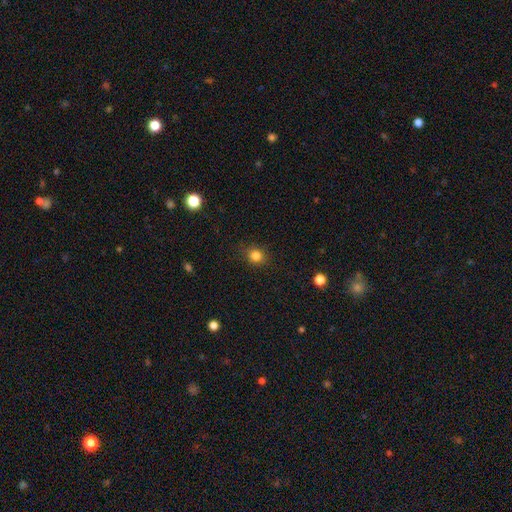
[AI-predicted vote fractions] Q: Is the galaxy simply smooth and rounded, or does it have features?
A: smooth — 83%.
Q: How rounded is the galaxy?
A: round — 77%.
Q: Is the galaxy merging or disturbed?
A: none — 86%.